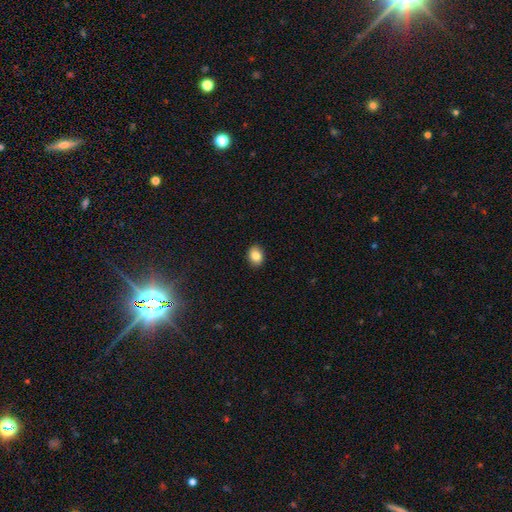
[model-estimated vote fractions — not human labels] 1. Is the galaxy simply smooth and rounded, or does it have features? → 86% smooth, 8% star or artifact, 5% featured or disk.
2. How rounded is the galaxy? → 62% in between, 37% round, 1% cigar-shaped.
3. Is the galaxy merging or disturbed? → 90% none, 8% minor disturbance, 2% major disturbance, 1% merger.